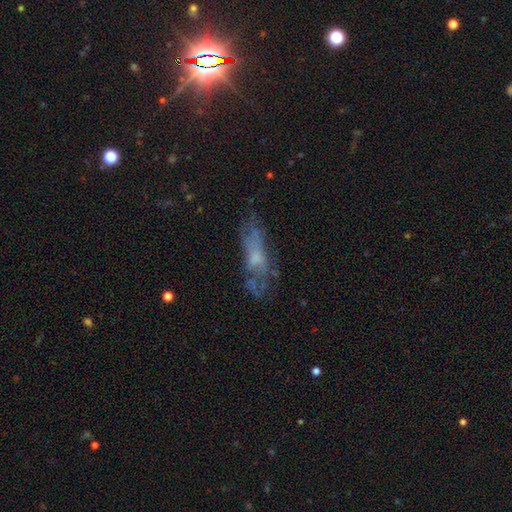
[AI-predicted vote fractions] The model was most divided on "smooth or featured": featured or disk: 50%, smooth: 37%, star or artifact: 13%. More confident: edge-on disk — no (76%); merging — none (54%).